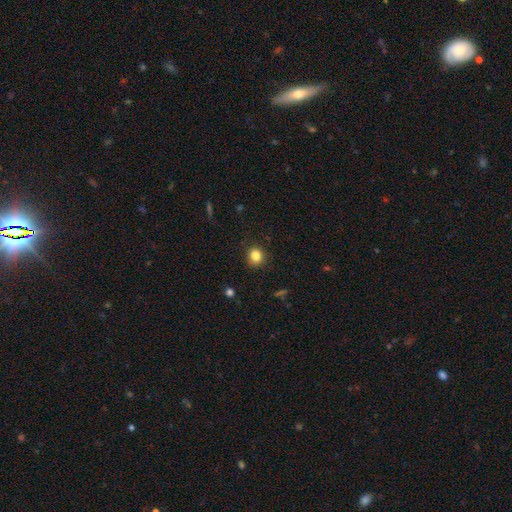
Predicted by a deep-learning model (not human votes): smooth-or-featured: smooth: 83% | star or artifact: 12% | featured or disk: 5%
  how-rounded: round: 82% | in between: 17% | cigar-shaped: 1%
  merging: none: 88% | minor disturbance: 9% | major disturbance: 2% | merger: 1%